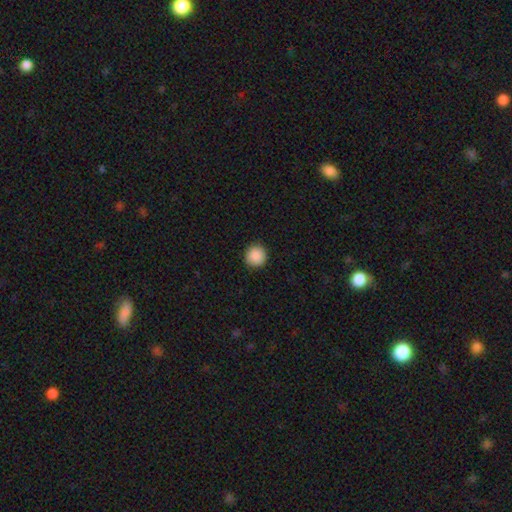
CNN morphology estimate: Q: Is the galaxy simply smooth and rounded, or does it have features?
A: smooth — 89%.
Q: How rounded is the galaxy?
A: round — 94%.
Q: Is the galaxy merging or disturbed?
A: none — 91%.